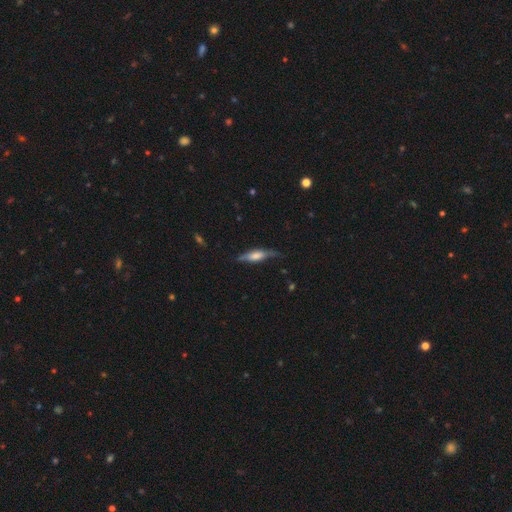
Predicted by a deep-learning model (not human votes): Smooth or featured? featured or disk (53%)
Edge-on disk? yes (86%)
Merging? none (65%)